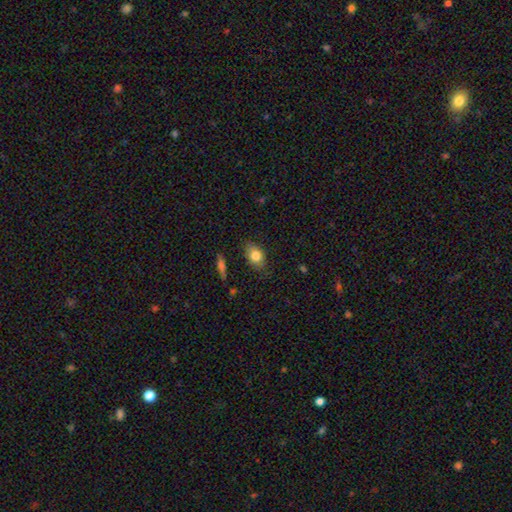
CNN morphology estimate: The model was most divided on "merging": none: 77%, minor disturbance: 18%, major disturbance: 3%, merger: 2%. More confident: smooth or featured — smooth (80%); how rounded — in between (79%).